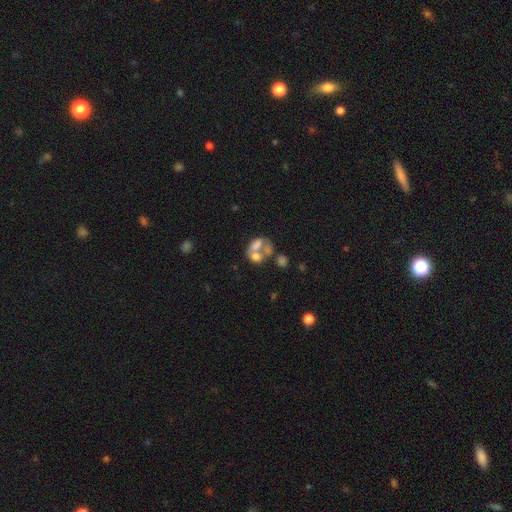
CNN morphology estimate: A smooth galaxy with no disk features (53%) that is in between round and cigar-shaped (73%). Merging: merger (62%).